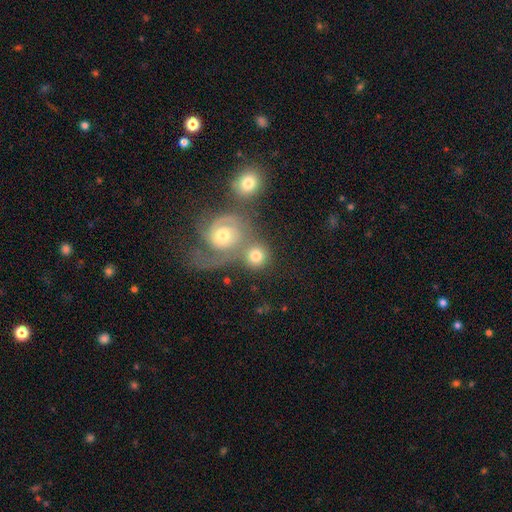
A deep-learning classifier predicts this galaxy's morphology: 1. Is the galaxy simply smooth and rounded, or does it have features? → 60% smooth, 31% featured or disk, 9% star or artifact.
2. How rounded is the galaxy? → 83% round, 16% in between, 1% cigar-shaped.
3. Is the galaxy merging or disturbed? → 45% none, 39% merger, 10% minor disturbance, 7% major disturbance.